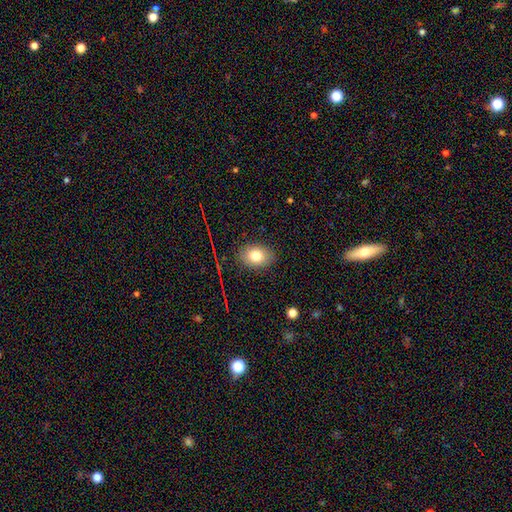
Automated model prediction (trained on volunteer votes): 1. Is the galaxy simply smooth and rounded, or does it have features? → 78% smooth, 12% featured or disk, 11% star or artifact.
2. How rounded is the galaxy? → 74% in between, 25% round, 1% cigar-shaped.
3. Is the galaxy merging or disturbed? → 87% none, 9% minor disturbance, 2% major disturbance, 1% merger.